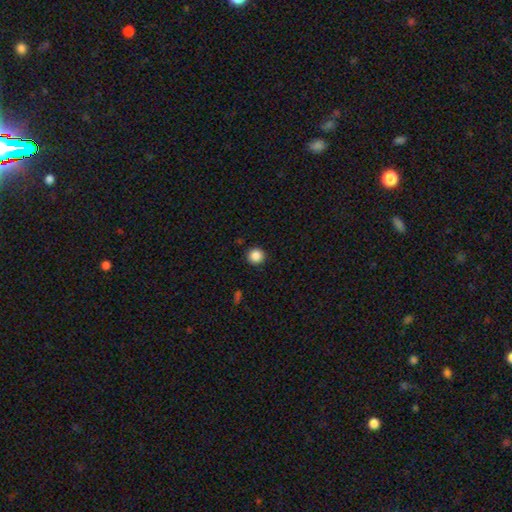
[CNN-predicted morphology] This appears to be a smooth galaxy with no disk features (87%) that is round (95%). Merging: none (92%).